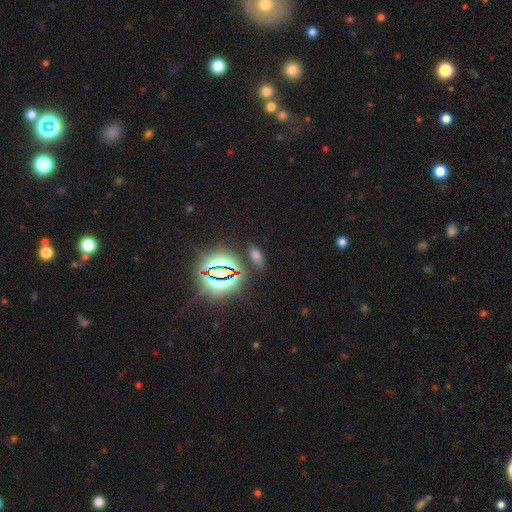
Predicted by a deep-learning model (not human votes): smooth-or-featured: smooth: 53% | star or artifact: 38% | featured or disk: 9%
  how-rounded: in between: 82% | cigar-shaped: 11% | round: 7%
  merging: none: 81% | minor disturbance: 11% | major disturbance: 4% | merger: 4%